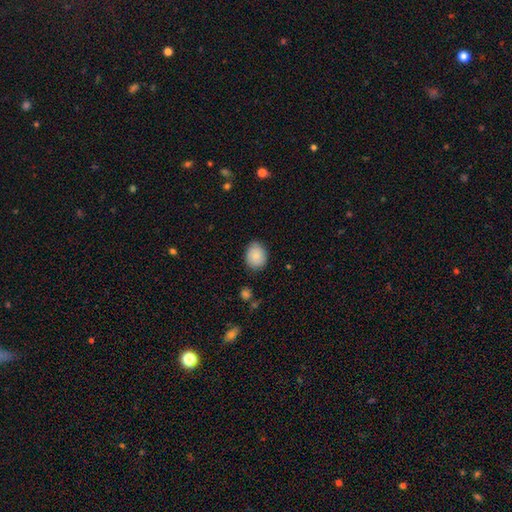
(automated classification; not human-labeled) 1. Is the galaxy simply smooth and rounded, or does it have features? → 85% smooth, 7% star or artifact, 7% featured or disk.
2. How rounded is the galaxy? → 51% in between, 48% round, 1% cigar-shaped.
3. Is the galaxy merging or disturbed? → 80% none, 16% minor disturbance, 3% major disturbance, 1% merger.